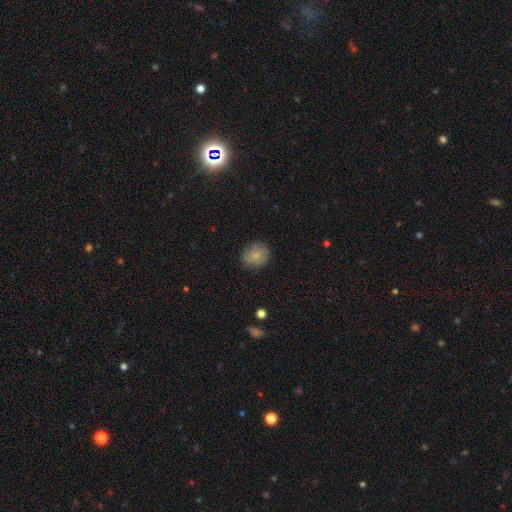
Smooth or featured: smooth — 81% (featured or disk — 14%)
How rounded: round — 77% (in between — 23%)
Merging: none — 91% (minor disturbance — 6%)